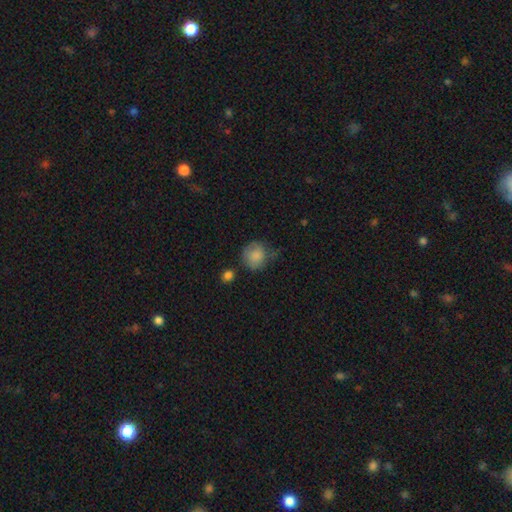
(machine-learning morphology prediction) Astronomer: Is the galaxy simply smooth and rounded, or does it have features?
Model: smooth — 82%.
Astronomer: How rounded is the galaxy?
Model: round — 82%.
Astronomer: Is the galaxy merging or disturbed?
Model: none — 52% (runner-up: minor disturbance, 31%).